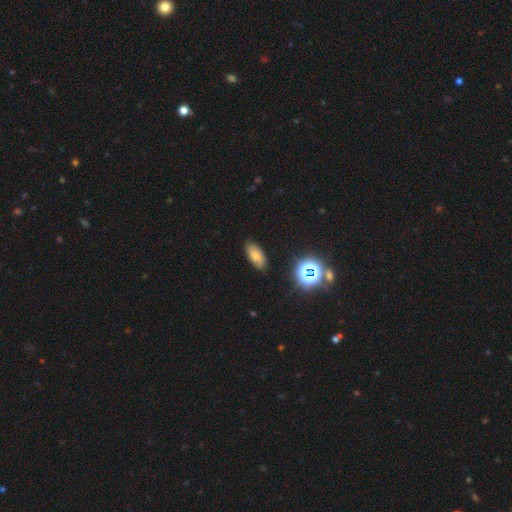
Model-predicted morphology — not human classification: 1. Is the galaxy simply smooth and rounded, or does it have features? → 70% smooth, 16% star or artifact, 14% featured or disk.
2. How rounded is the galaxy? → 89% in between, 7% cigar-shaped, 5% round.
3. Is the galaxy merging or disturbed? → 84% none, 12% minor disturbance, 3% major disturbance, 2% merger.